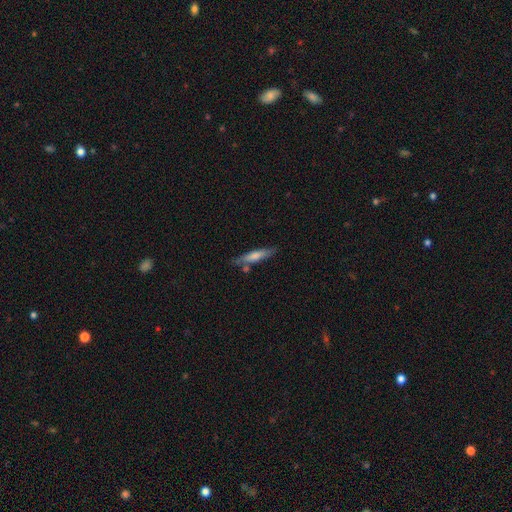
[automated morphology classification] smooth_or_featured: smooth (p=0.60) [alt: featured or disk p=0.34]
how_rounded: cigar-shaped (p=0.86) [alt: in between p=0.13]
merging: none (p=0.74) [alt: minor disturbance p=0.16]